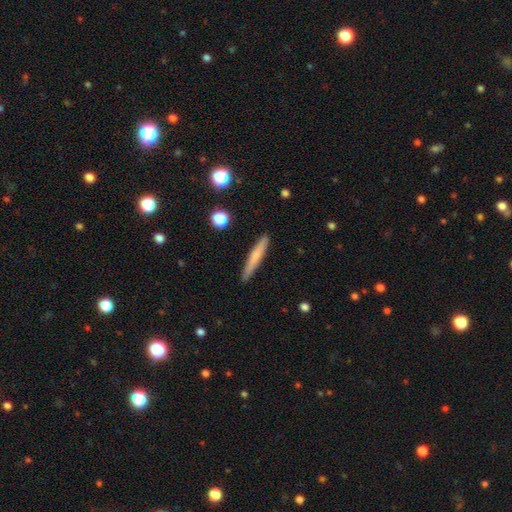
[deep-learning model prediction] This appears to be a smooth galaxy with no disk features (66%) that is cigar-shaped (95%). Merging: none (90%).